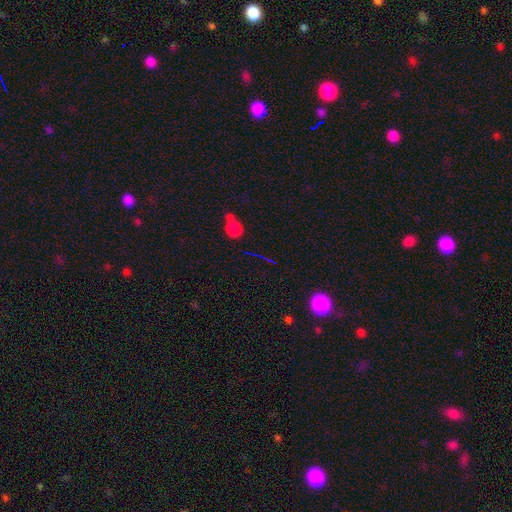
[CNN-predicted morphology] Smooth or featured: smooth — 49% (star or artifact — 40%)
Merging: none — 71% (merger — 14%)